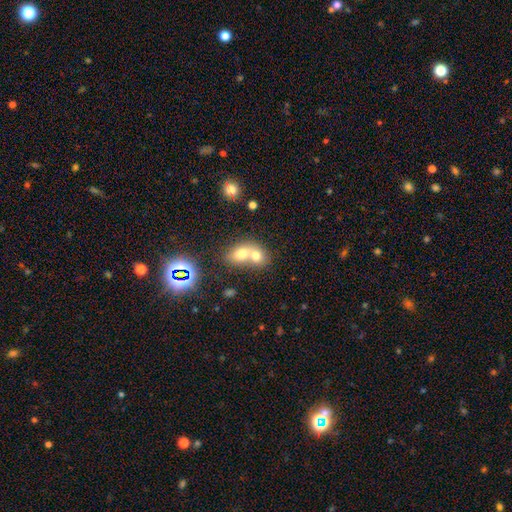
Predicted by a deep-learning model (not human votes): The model was most divided on "how rounded" (2-way tie): in between: 49%, round: 49%, cigar-shaped: 1%. More confident: merging — merger (71%); smooth or featured — smooth (70%).